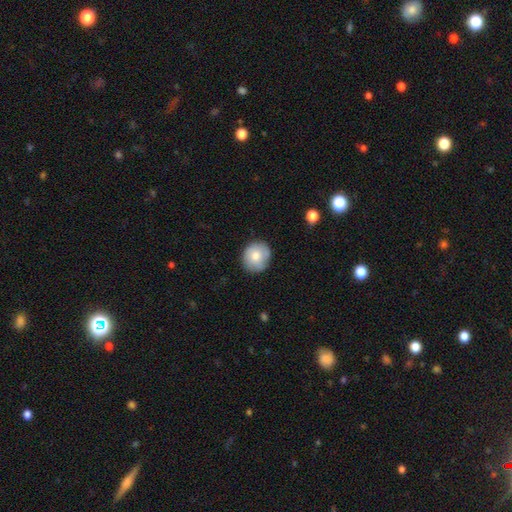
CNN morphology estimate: smooth_or_featured: smooth (p=0.78) [alt: featured or disk p=0.15]
how_rounded: round (p=0.86) [alt: in between p=0.13]
merging: none (p=0.84) [alt: minor disturbance p=0.13]